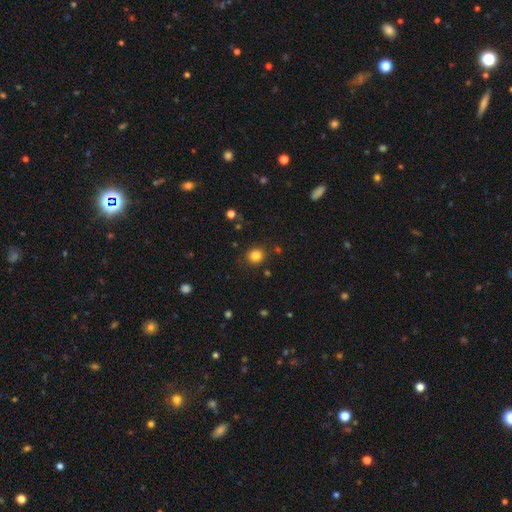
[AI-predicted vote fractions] This appears to be a smooth galaxy with no disk features (83%) that is round (81%). Merging: none (86%).